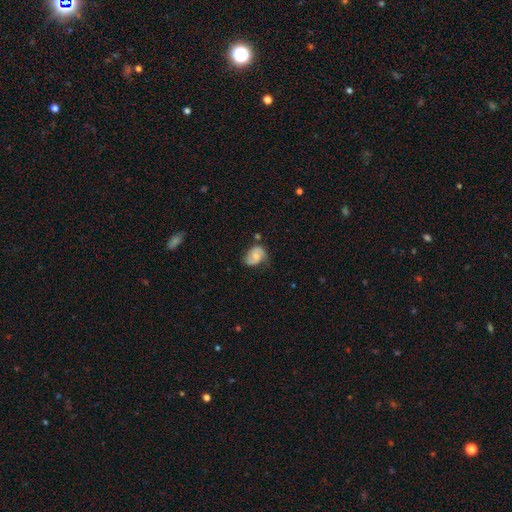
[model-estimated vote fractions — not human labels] Q: Smooth or featured?
A: featured or disk (58%); runner-up: smooth (34%)
Q: Edge-on disk?
A: no (97%); runner-up: yes (3%)
Q: Bar?
A: no (58%); runner-up: weak (35%)
Q: Spiral arms?
A: yes (89%); runner-up: no (11%)
Q: Spiral winding?
A: medium (44%); runner-up: loose (28%)
Q: Spiral arm count?
A: 2 (80%); runner-up: can't tell (10%)
Q: Bulge size?
A: small (44%); runner-up: moderate (41%)
Q: Merging?
A: none (55%); runner-up: minor disturbance (30%)